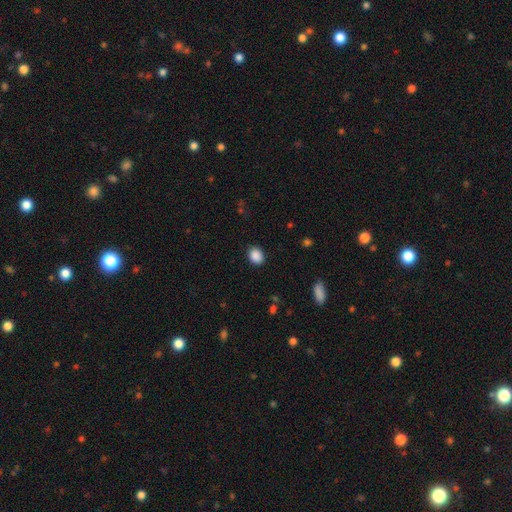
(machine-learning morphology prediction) A smooth galaxy with no disk features (89%) that is round (53%). Merging: none (88%).